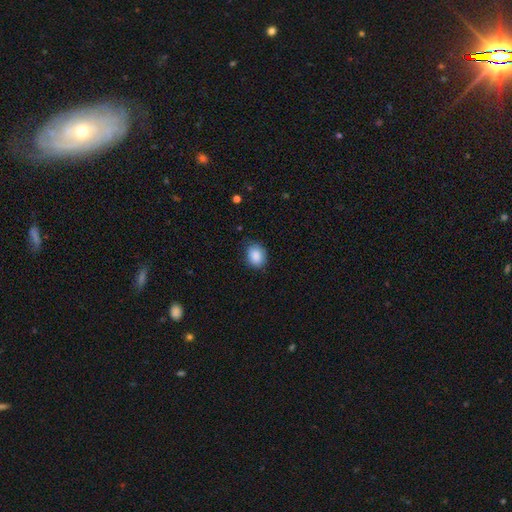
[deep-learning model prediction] This appears to be a smooth galaxy with no disk features (88%) that is in between round and cigar-shaped (50%). Merging: none (79%).